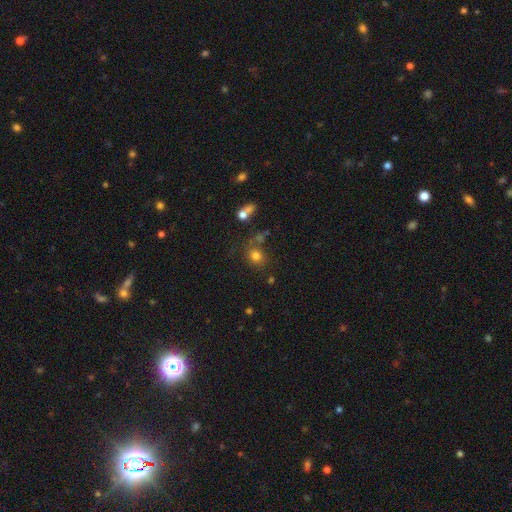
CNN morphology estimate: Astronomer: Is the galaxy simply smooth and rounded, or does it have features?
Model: smooth — 77%.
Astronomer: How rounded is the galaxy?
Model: round — 80%.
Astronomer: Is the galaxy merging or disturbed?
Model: none — 70%.